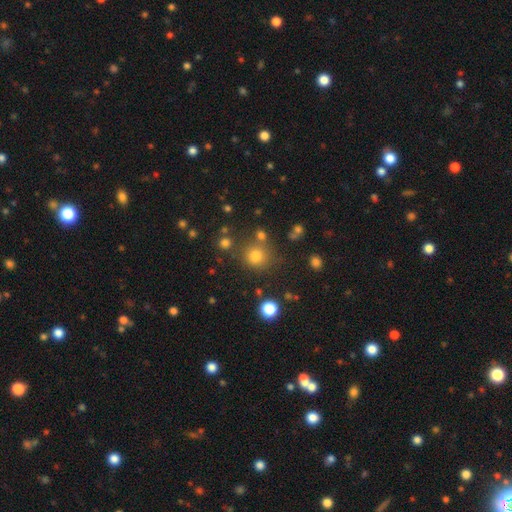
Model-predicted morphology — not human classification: Smooth or featured? smooth (77%)
How rounded? round (91%)
Merging? none (76%)